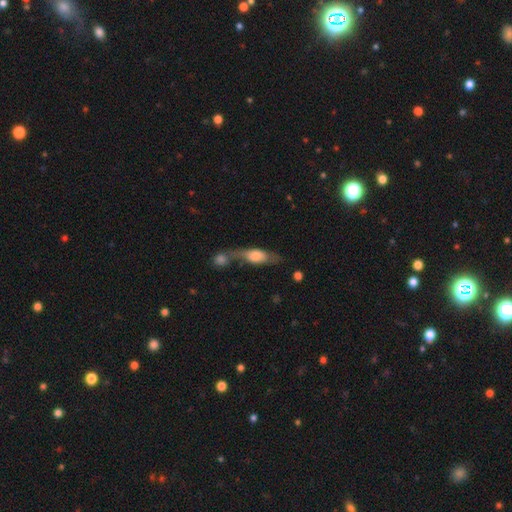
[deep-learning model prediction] smooth 56%, featured or disk 37%, star or artifact 7%. Down the decision tree: how rounded — in between (63%); merging — merger (46%).